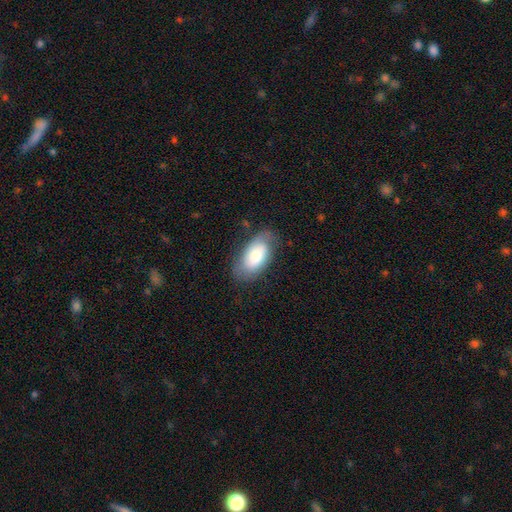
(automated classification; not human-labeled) Morphology: type=smooth (71%); roundness=in between (93%); merging=none (69%).